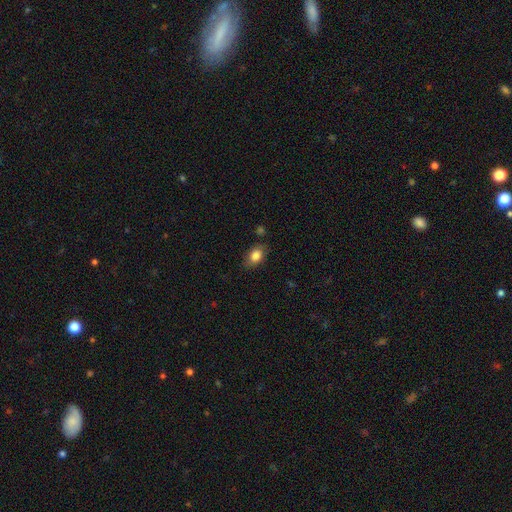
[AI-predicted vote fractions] Smooth or featured?
  - smooth: 83% *
  - star or artifact: 8%
  - featured or disk: 8%
How rounded?
  - in between: 80% *
  - round: 18%
  - cigar-shaped: 2%
Merging?
  - none: 79% *
  - minor disturbance: 15%
  - major disturbance: 4%
  - merger: 2%